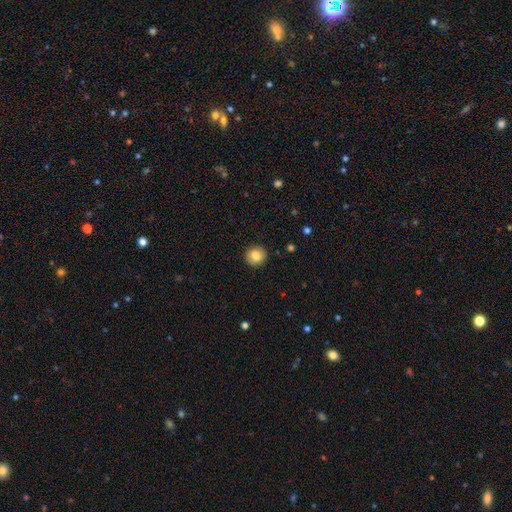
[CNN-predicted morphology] Smooth or featured? Predicted: smooth (p=0.84). How rounded? Predicted: round (p=0.88). Merging? Predicted: none (p=0.91).